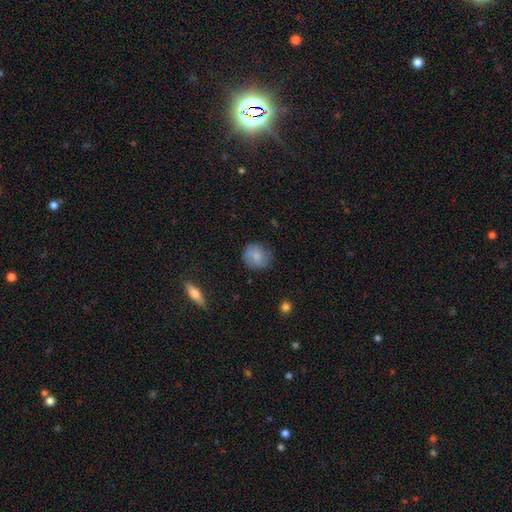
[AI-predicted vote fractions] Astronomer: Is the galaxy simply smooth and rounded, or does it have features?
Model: smooth — 80%.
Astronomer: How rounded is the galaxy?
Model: round — 85%.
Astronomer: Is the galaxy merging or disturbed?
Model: none — 81%.